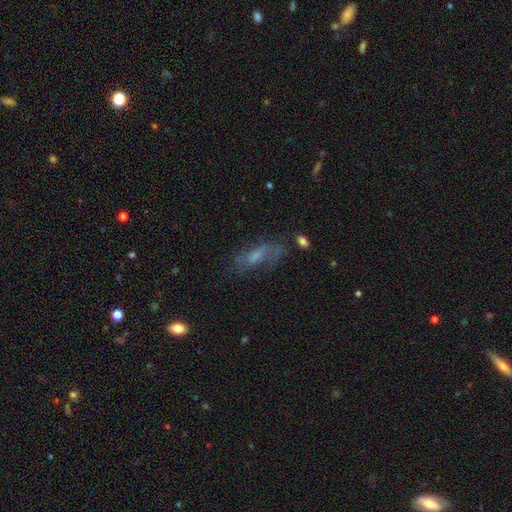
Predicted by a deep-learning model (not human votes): Overall: featured or disk (46%; smooth 39%). Merging: none (54%; minor disturbance 23%).